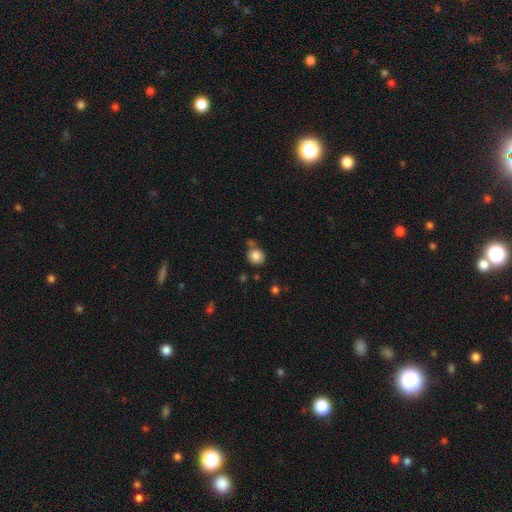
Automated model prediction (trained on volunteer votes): Smooth or featured?
  - smooth: 85% *
  - star or artifact: 10%
  - featured or disk: 6%
How rounded?
  - round: 82% *
  - in between: 17%
  - cigar-shaped: 1%
Merging?
  - none: 67% *
  - minor disturbance: 15%
  - merger: 14%
  - major disturbance: 4%